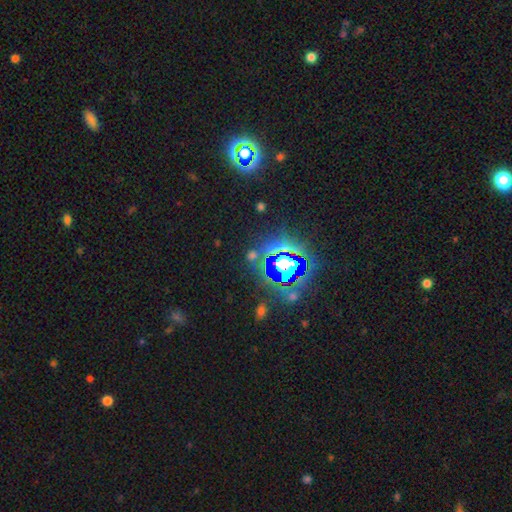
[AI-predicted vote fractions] Q: Smooth or featured?
A: star or artifact (73%); runner-up: smooth (16%)